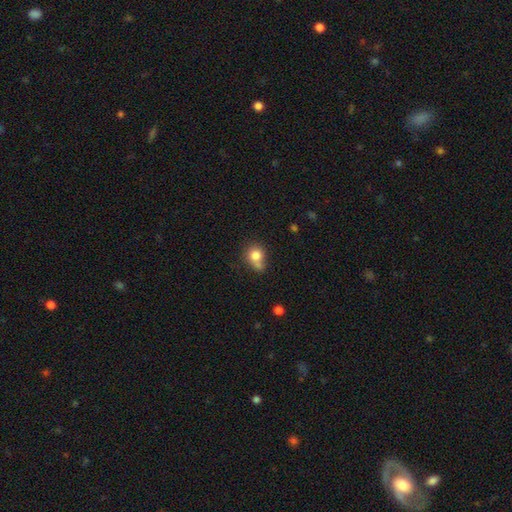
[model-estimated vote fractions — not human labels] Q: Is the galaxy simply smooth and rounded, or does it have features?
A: smooth — 80%.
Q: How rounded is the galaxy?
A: round — 77%.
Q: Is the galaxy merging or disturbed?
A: none — 46%.